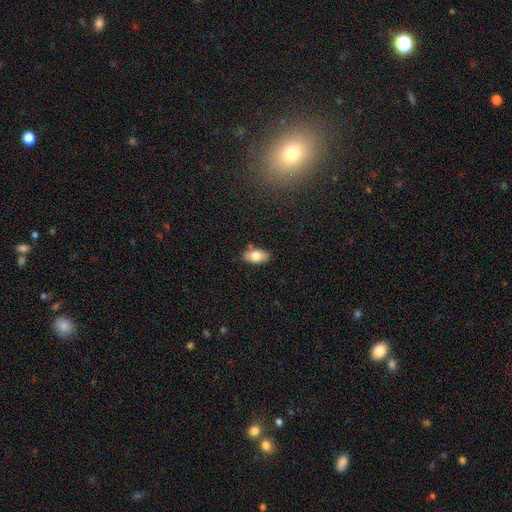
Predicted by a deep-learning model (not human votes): smooth_or_featured: smooth (p=0.78) [alt: featured or disk p=0.15]
how_rounded: in between (p=0.91) [alt: round p=0.05]
merging: none (p=0.82) [alt: minor disturbance p=0.13]